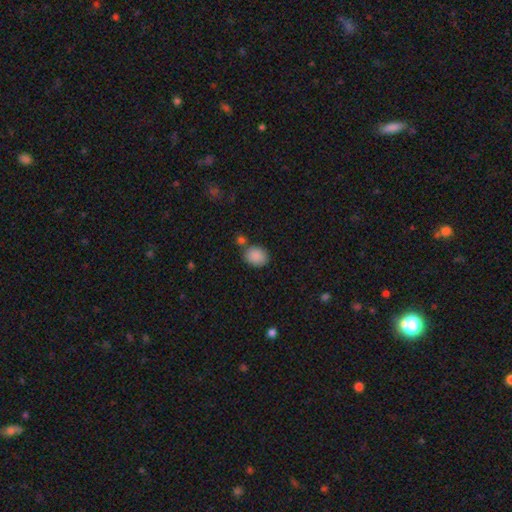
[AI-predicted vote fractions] smooth_or_featured: smooth (p=0.88) [alt: star or artifact p=0.08]
how_rounded: in between (p=0.55) [alt: round p=0.44]
merging: none (p=0.70) [alt: minor disturbance p=0.14]